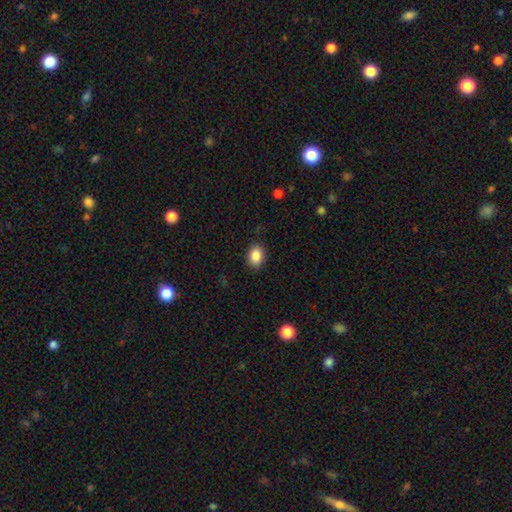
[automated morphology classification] Q: Smooth or featured?
A: smooth (88%); runner-up: star or artifact (8%)
Q: How rounded?
A: in between (71%); runner-up: round (28%)
Q: Merging?
A: none (88%); runner-up: minor disturbance (9%)